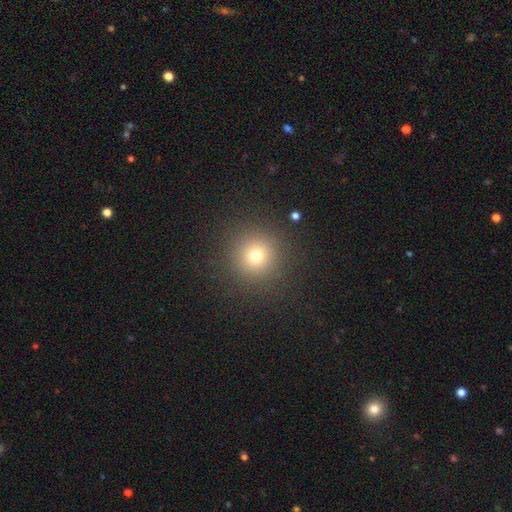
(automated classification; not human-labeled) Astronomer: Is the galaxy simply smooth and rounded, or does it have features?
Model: smooth — 73%.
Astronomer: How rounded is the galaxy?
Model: round — 95%.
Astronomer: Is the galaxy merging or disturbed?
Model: none — 90%.